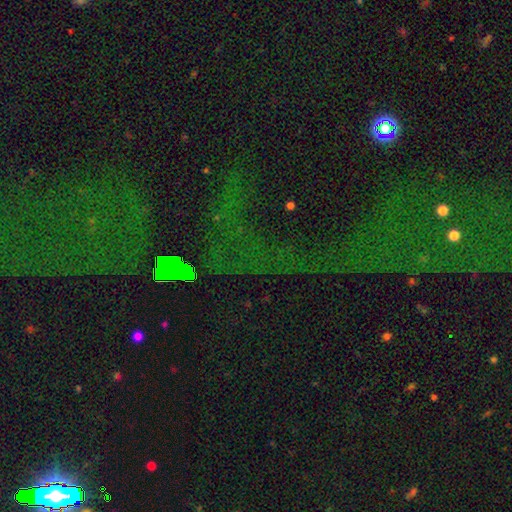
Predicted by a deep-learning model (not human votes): Overall: star or artifact (78%).